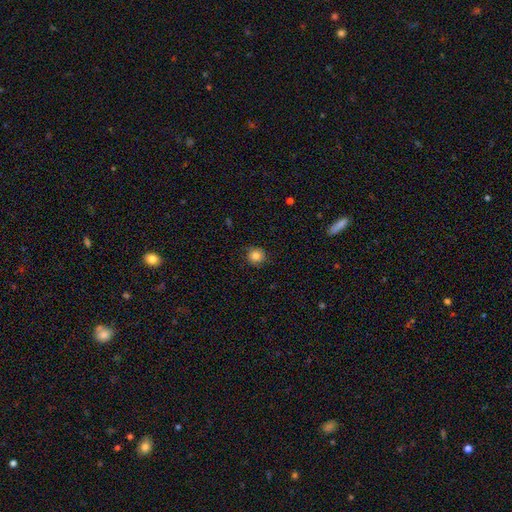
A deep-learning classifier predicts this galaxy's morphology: A smooth galaxy with no disk features (82%) that is round (91%).

Vote fractions:
- Smooth or featured? smooth: 82% / star or artifact: 10% / featured or disk: 8%
- How rounded? round: 91% / in between: 8% / cigar-shaped: 1%
- Merging? none: 84% / minor disturbance: 12% / major disturbance: 3% / merger: 1%